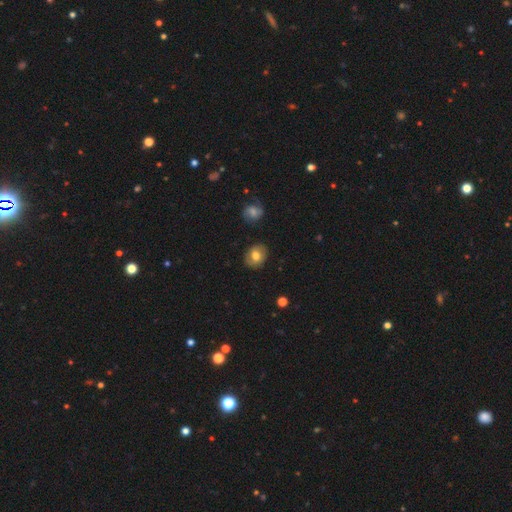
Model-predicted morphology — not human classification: smooth_or_featured: smooth (p=0.70) [alt: featured or disk p=0.22]
how_rounded: round (p=0.58) [alt: in between p=0.41]
merging: none (p=0.83) [alt: minor disturbance p=0.12]